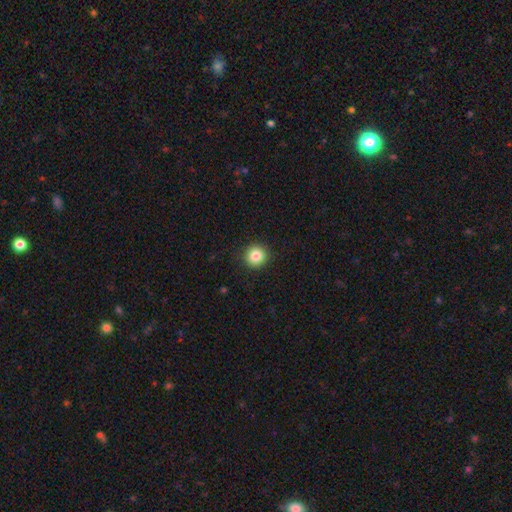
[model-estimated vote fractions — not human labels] This appears to be a smooth galaxy with no disk features (85%) that is round (93%). Merging: none (92%).